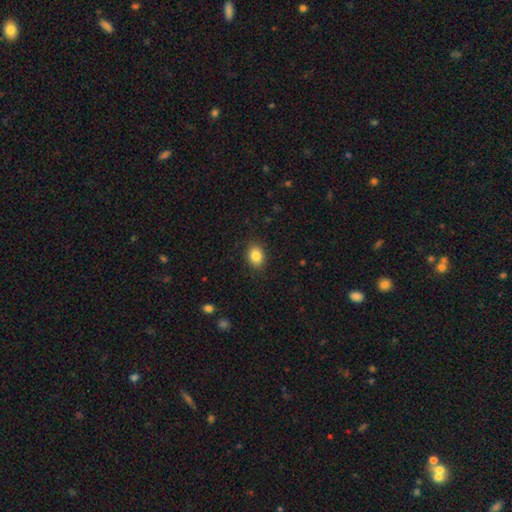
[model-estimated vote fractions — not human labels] Smooth or featured: smooth — 85% (star or artifact — 9%)
How rounded: in between — 66% (round — 33%)
Merging: none — 88% (minor disturbance — 9%)